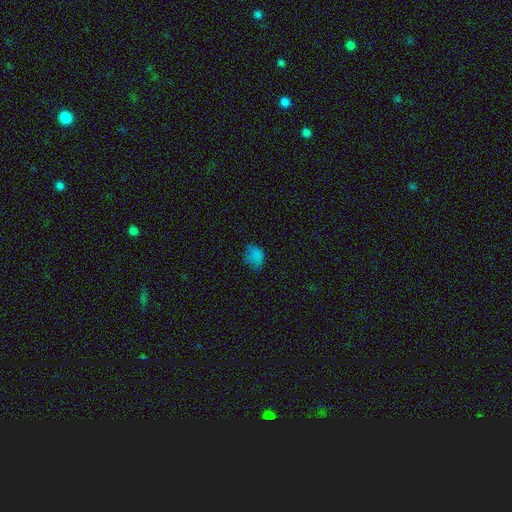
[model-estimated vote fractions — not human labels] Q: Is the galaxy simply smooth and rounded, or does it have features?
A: smooth — 75%.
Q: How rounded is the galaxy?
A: in between — 70%.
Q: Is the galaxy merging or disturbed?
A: none — 54%.